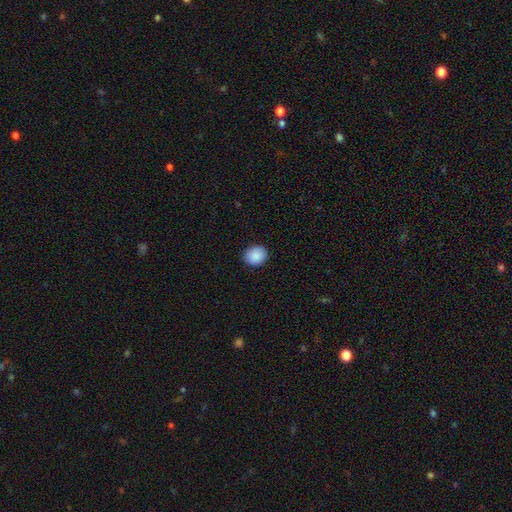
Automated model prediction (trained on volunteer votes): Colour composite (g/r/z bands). It shows a smooth galaxy with no disk features (89%) that is round (78%). Merging: none (91%).